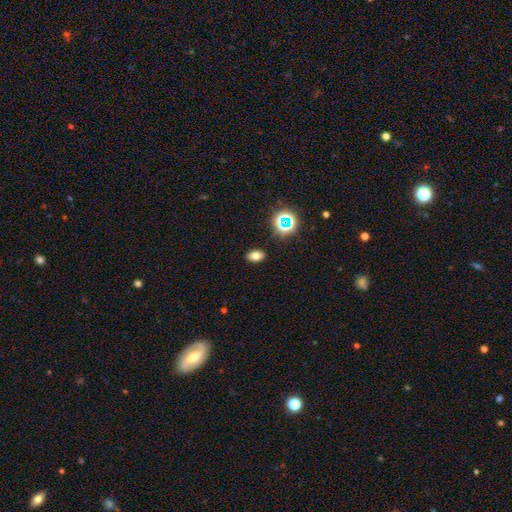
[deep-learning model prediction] Q: Smooth or featured?
A: smooth (73%); runner-up: star or artifact (18%)
Q: How rounded?
A: in between (85%); runner-up: round (13%)
Q: Merging?
A: none (88%); runner-up: minor disturbance (8%)